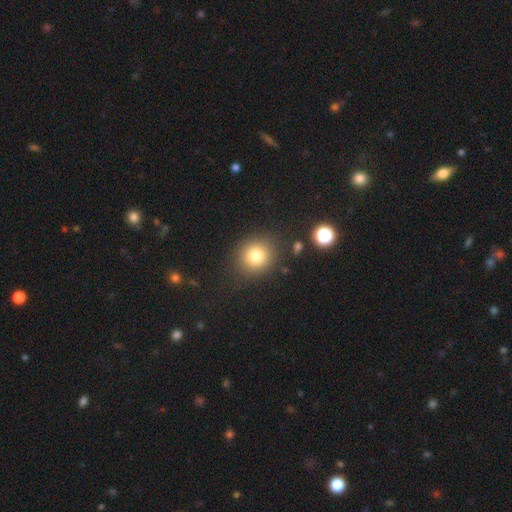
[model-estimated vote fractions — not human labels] A smooth galaxy with no disk features (80%) that is round (80%).

Vote fractions:
- Smooth or featured? smooth: 80% / star or artifact: 12% / featured or disk: 8%
- How rounded? round: 80% / in between: 19% / cigar-shaped: 1%
- Merging? none: 84% / minor disturbance: 10% / major disturbance: 4% / merger: 3%